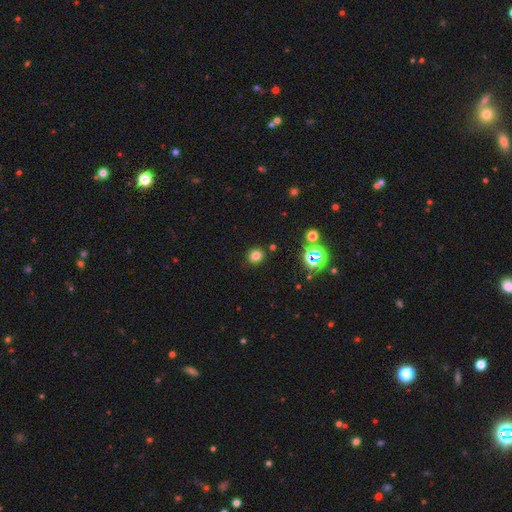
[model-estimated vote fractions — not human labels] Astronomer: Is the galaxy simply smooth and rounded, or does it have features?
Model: smooth — 76%.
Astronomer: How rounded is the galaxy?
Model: round — 75%.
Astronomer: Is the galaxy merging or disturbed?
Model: none — 88%.